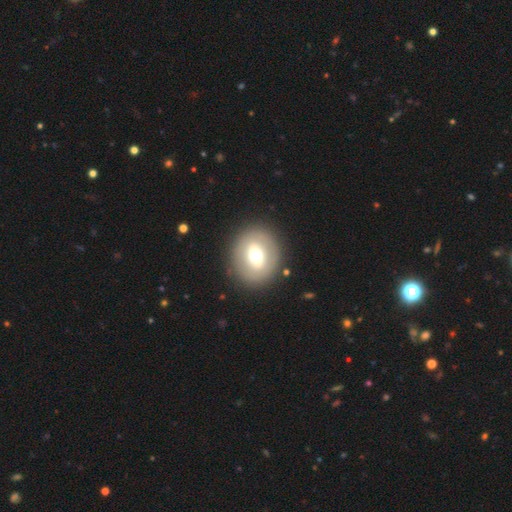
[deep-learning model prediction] smooth 55%, featured or disk 37%, star or artifact 8%. Down the decision tree: how rounded — round (62%); merging — none (86%).